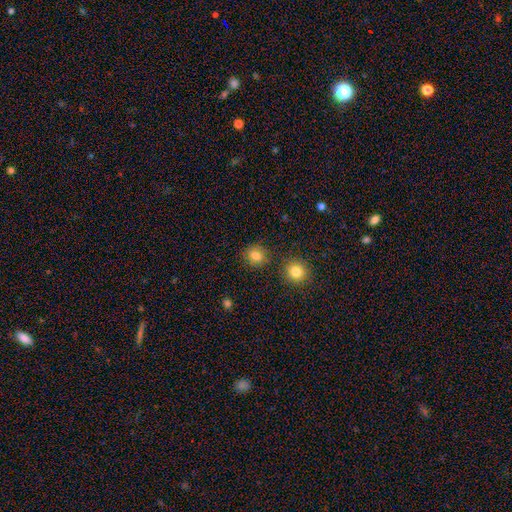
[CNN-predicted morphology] Q: Smooth or featured?
A: smooth (81%); runner-up: star or artifact (12%)
Q: How rounded?
A: round (80%); runner-up: in between (19%)
Q: Merging?
A: none (84%); runner-up: minor disturbance (9%)